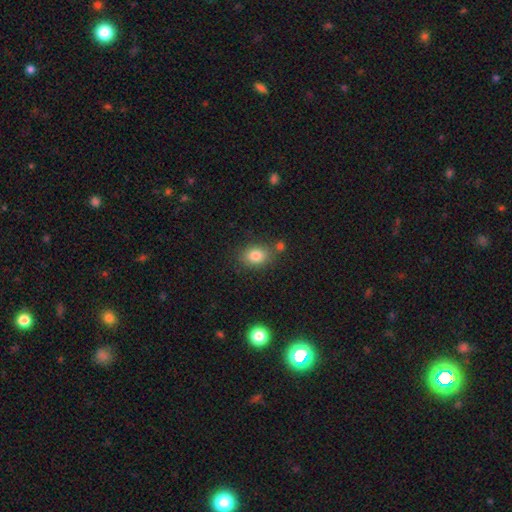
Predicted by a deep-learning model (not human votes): smooth-or-featured: smooth: 82% | star or artifact: 11% | featured or disk: 7%
  how-rounded: in between: 63% | round: 36% | cigar-shaped: 1%
  merging: none: 74% | minor disturbance: 13% | merger: 9% | major disturbance: 4%